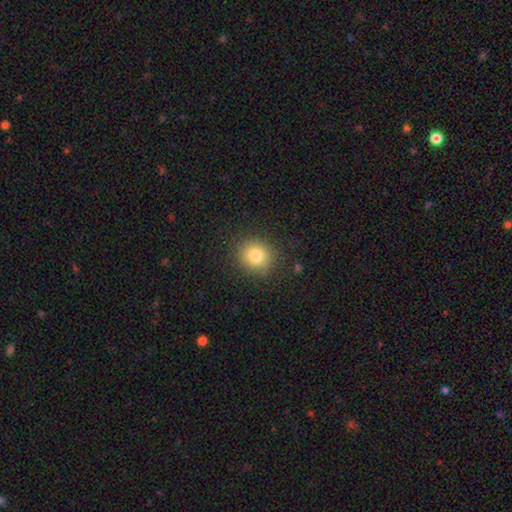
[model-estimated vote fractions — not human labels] The model was most divided on "smooth or featured": smooth: 81%, star or artifact: 11%, featured or disk: 8%. More confident: merging — none (87%); how rounded — round (85%).